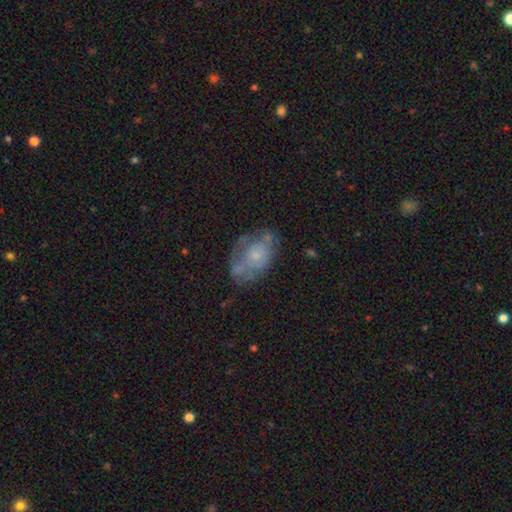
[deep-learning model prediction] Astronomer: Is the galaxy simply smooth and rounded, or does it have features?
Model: featured or disk — 46% (runner-up: smooth, 45%).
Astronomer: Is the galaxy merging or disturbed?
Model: none — 43% (runner-up: minor disturbance, 28%).